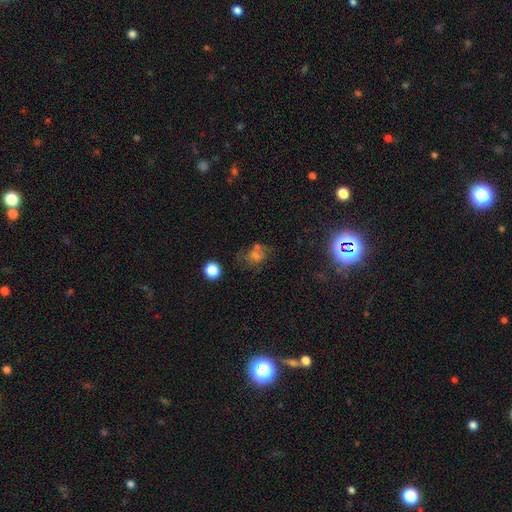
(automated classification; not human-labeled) smooth 45%, star or artifact 34%, featured or disk 21%. Down the decision tree: merging — none (52%).